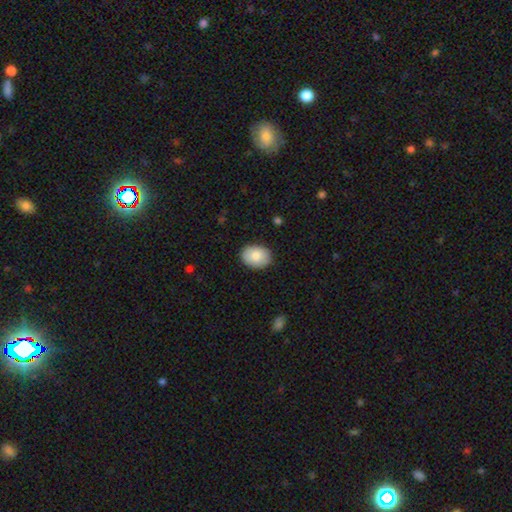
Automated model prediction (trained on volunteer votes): Q: Smooth or featured?
A: smooth (83%); runner-up: featured or disk (11%)
Q: How rounded?
A: in between (68%); runner-up: round (31%)
Q: Merging?
A: none (88%); runner-up: minor disturbance (9%)